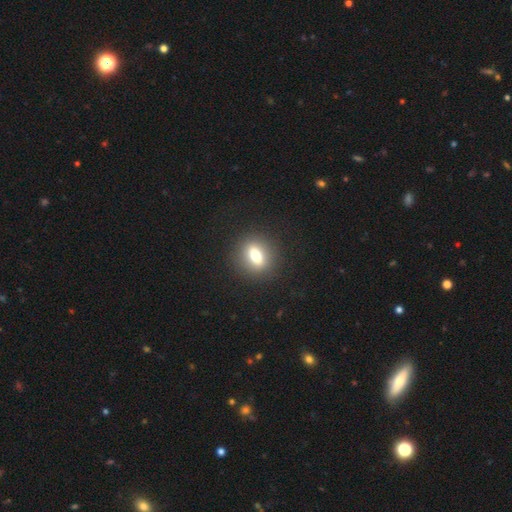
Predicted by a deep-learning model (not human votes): smooth_or_featured: smooth (p=0.64) [alt: featured or disk p=0.25]
how_rounded: round (p=0.50) [alt: in between p=0.44]
merging: none (p=0.90) [alt: minor disturbance p=0.06]